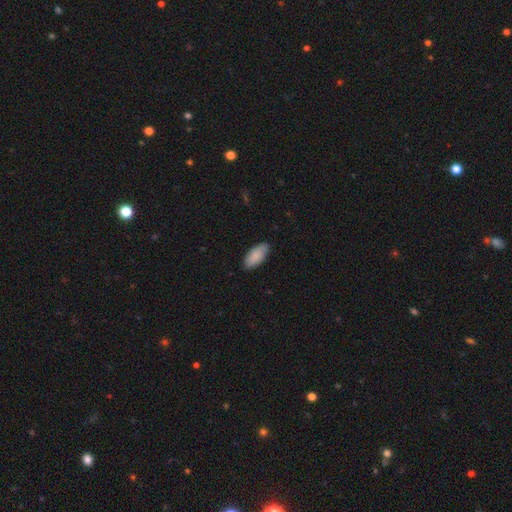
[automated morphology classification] The model was most divided on "merging": none: 85%, minor disturbance: 13%, major disturbance: 2%, merger: 1%. More confident: how rounded — in between (89%); smooth or featured — smooth (88%).